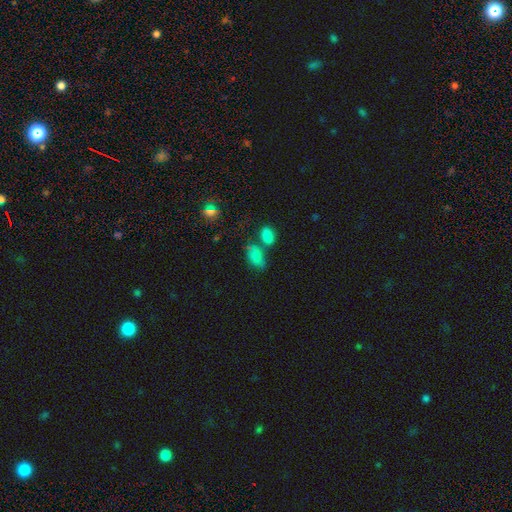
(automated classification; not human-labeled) This appears to be a smooth galaxy with no disk features (75%) that is in between round and cigar-shaped (87%). Merging: none (39%).